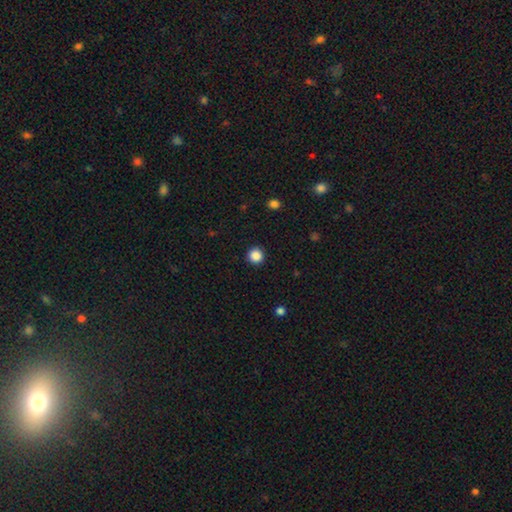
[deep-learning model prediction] A smooth galaxy with no disk features (87%) that is round (95%). Merging: none (92%).